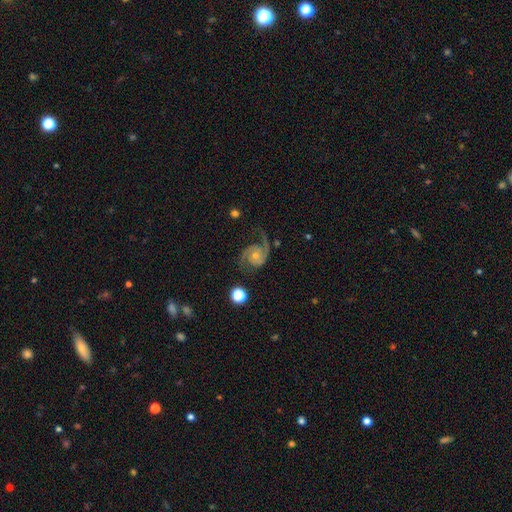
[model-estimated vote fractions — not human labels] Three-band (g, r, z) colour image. It shows a featured or disk galaxy (89%) with no bar (71%), 2 (86%) medium (53%) spiral arms (98%) and a small central bulge (56%). Merging: none (69%).